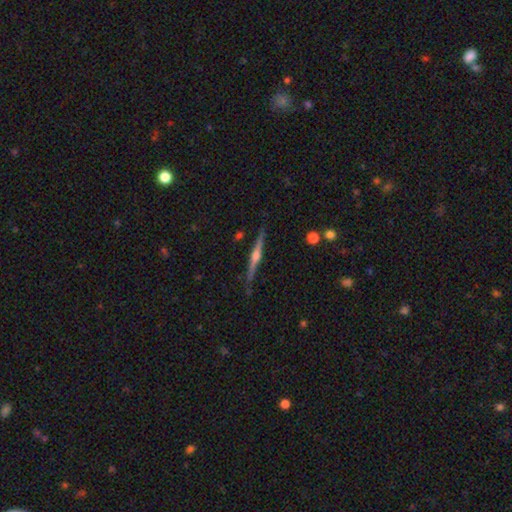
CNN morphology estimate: A featured or disk galaxy (79%) viewed edge-on (98%) with a rounded central bulge (89%). Merging: none (87%).